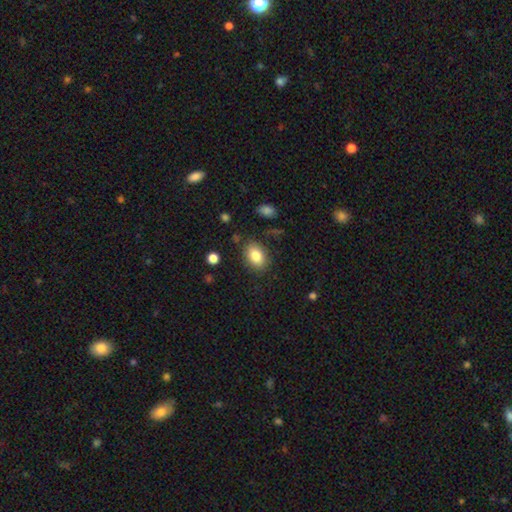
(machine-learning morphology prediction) Smooth or featured? smooth (83%)
How rounded? in between (78%)
Merging? none (83%)